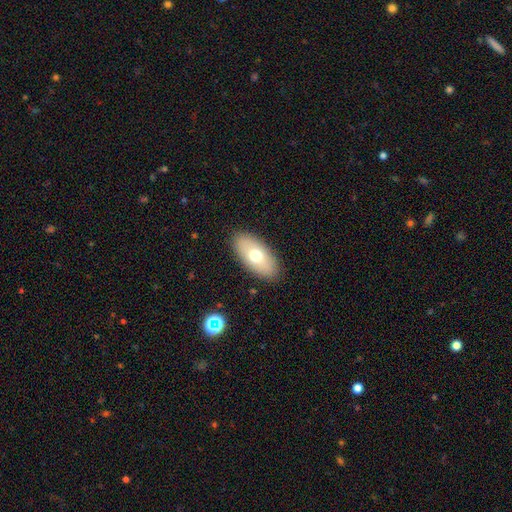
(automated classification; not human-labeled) The model was most divided on "smooth or featured": smooth: 68%, featured or disk: 25%, star or artifact: 7%. More confident: how rounded — in between (91%); merging — none (88%).